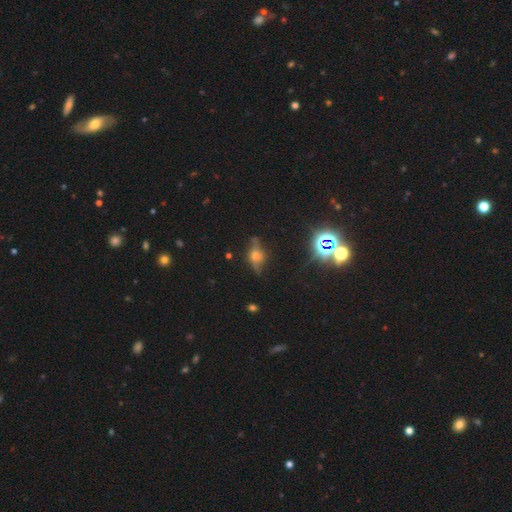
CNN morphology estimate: Q: Smooth or featured?
A: featured or disk (52%); runner-up: smooth (25%)
Q: Edge-on disk?
A: yes (76%); runner-up: no (24%)
Q: Merging?
A: none (72%); runner-up: minor disturbance (19%)